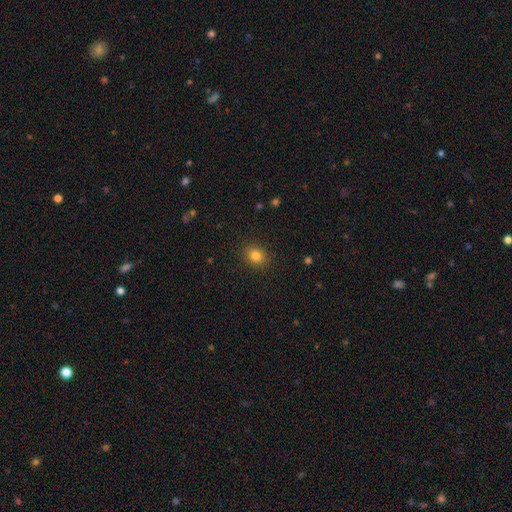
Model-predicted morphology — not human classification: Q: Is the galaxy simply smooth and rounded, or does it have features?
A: smooth — 82%.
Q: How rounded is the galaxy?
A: round — 64%.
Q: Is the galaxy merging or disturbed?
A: none — 89%.